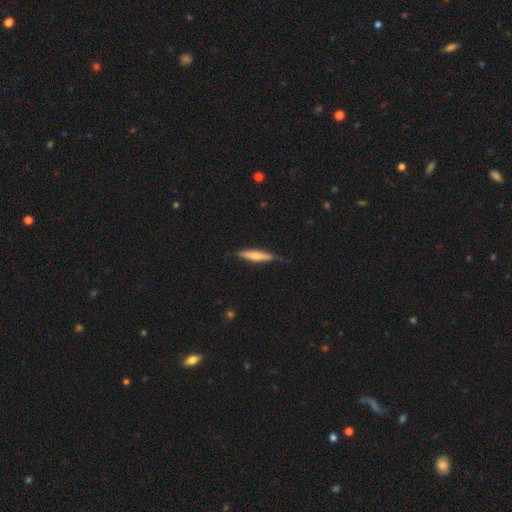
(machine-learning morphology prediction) type=smooth (61%); roundness=cigar-shaped (87%); merging=none (81%).